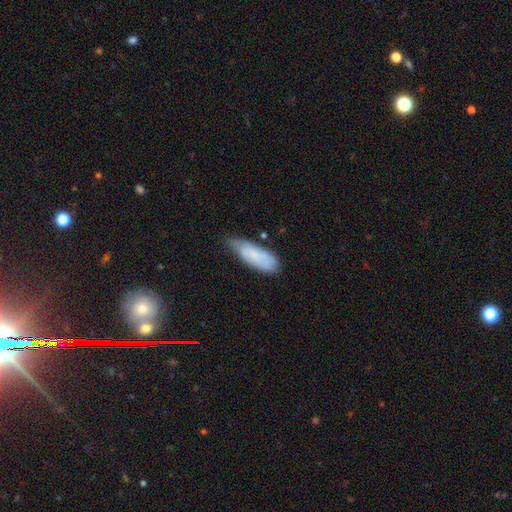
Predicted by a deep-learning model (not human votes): This appears to be a smooth galaxy with no disk features (75%) that is in between round and cigar-shaped (65%). Merging: none (48%).